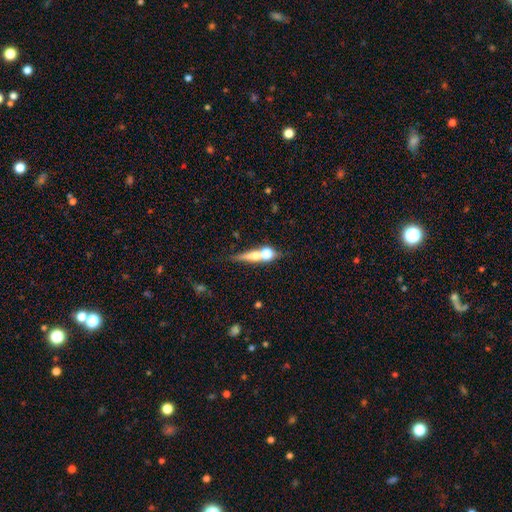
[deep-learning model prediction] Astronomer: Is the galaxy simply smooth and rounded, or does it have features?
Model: smooth — 48% (runner-up: featured or disk, 40%).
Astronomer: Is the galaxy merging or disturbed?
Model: none — 51% (runner-up: merger, 32%).